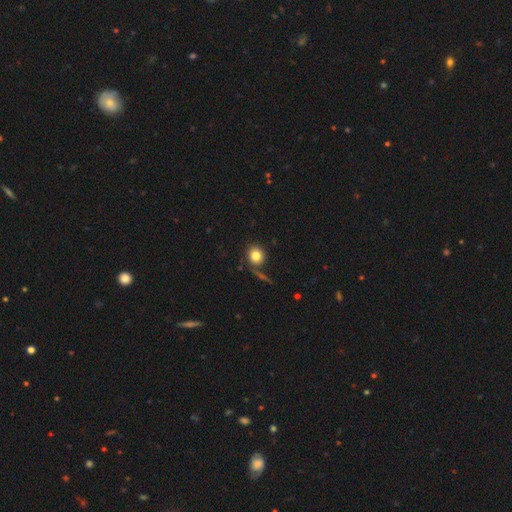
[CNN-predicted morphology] Overall: smooth (82%). How rounded: round (83%). Merging: none (76%).